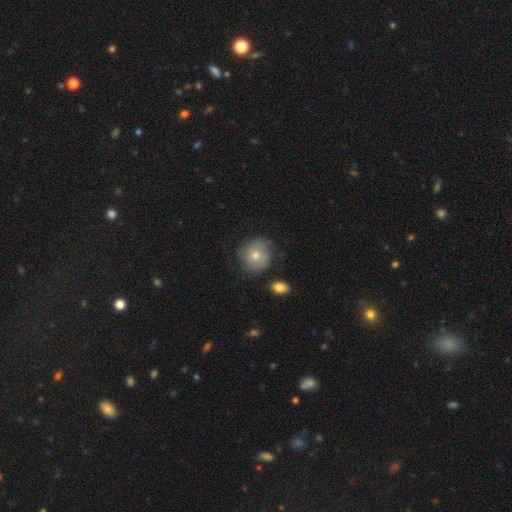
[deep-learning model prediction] Overall: smooth (54%; featured or disk 38%). How rounded: round (87%). Merging: none (68%).